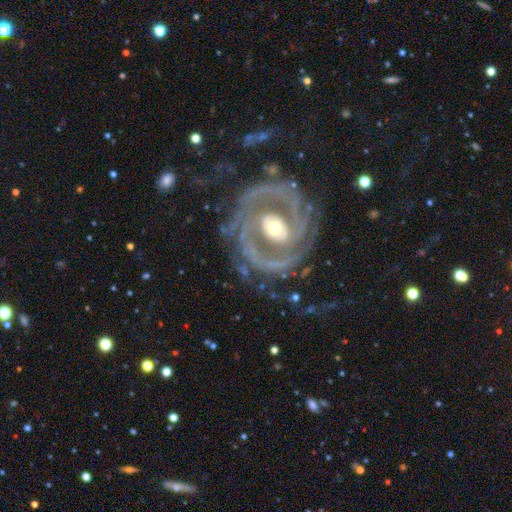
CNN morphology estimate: A featured or disk galaxy (91%) with no bar (51%), 2 (52%) tight (59%) spiral arms (96%) and a moderate central bulge (66%).

Vote fractions:
- Smooth or featured? featured or disk: 91% / star or artifact: 5% / smooth: 4%
- Edge-on disk? no: 97% / yes: 3%
- Bar? no: 51% / weak: 28% / strong: 21%
- Spiral arms? yes: 96% / no: 4%
- Spiral winding? tight: 59% / medium: 33% / loose: 8%
- Spiral arm count? 2: 52% / 3: 17% / can't tell: 13% / 4: 6% / 1: 6% / more than 4: 6%
- Bulge size? moderate: 66% / small: 23% / large: 9% / dominant: 1% / none: 1%
- Merging? none: 69% / minor disturbance: 16% / major disturbance: 13% / merger: 2%